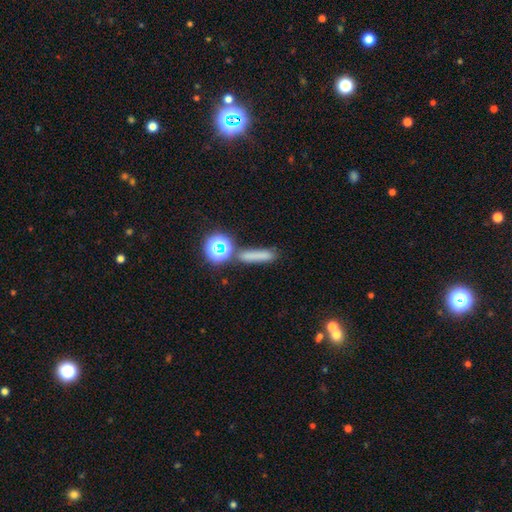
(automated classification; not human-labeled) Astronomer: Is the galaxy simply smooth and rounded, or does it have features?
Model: smooth — 70%.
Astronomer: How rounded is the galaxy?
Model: cigar-shaped — 72%.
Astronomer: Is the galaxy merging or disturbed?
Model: none — 75%.